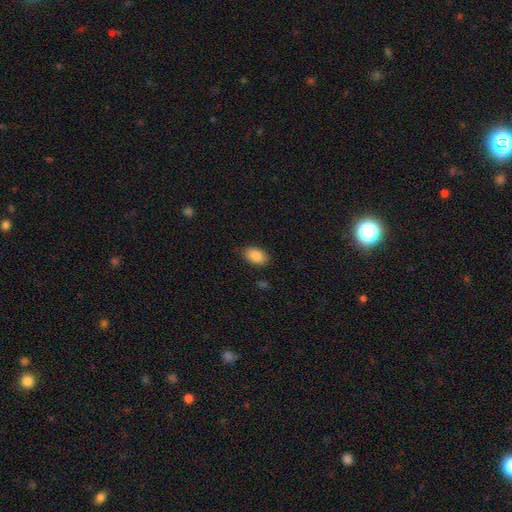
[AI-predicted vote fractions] A smooth galaxy with no disk features (88%) that is in between round and cigar-shaped (91%).

Vote fractions:
- Smooth or featured? smooth: 88% / star or artifact: 7% / featured or disk: 5%
- How rounded? in between: 91% / round: 8% / cigar-shaped: 1%
- Merging? none: 86% / minor disturbance: 10% / major disturbance: 2% / merger: 1%